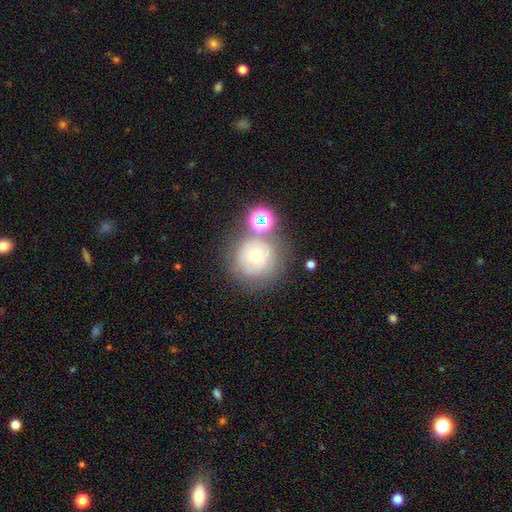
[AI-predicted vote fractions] Overall: smooth (47%; featured or disk 39%). Merging: none (62%).